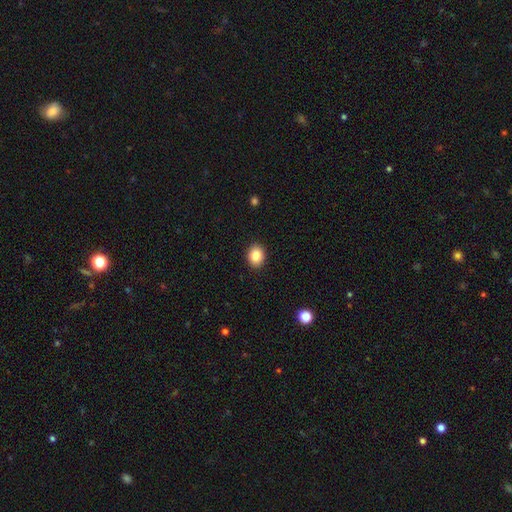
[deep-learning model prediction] A smooth galaxy with no disk features (84%) that is round (51%).

Vote fractions:
- Smooth or featured? smooth: 84% / star or artifact: 9% / featured or disk: 7%
- How rounded? round: 51% / in between: 48% / cigar-shaped: 1%
- Merging? none: 91% / minor disturbance: 6% / major disturbance: 2% / merger: 1%